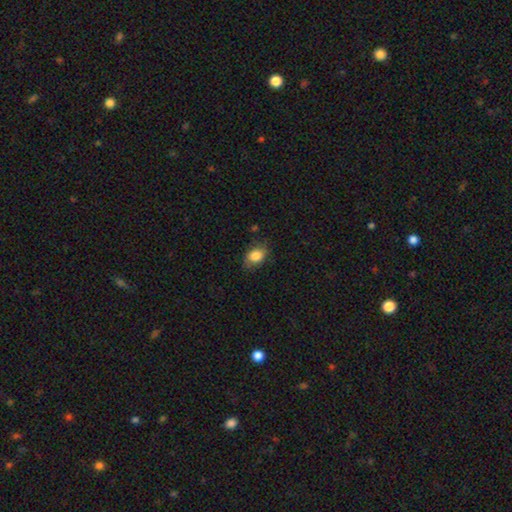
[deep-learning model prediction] Overall: smooth (84%). How rounded: in between (74%). Merging: none (72%).